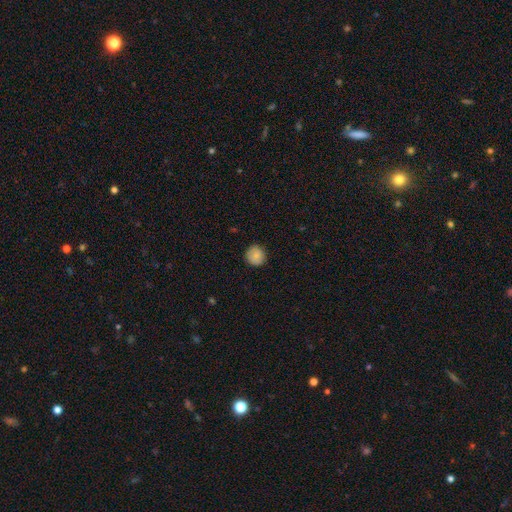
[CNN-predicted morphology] Q: Smooth or featured?
A: smooth (85%); runner-up: star or artifact (8%)
Q: How rounded?
A: round (91%); runner-up: in between (8%)
Q: Merging?
A: none (88%); runner-up: minor disturbance (9%)